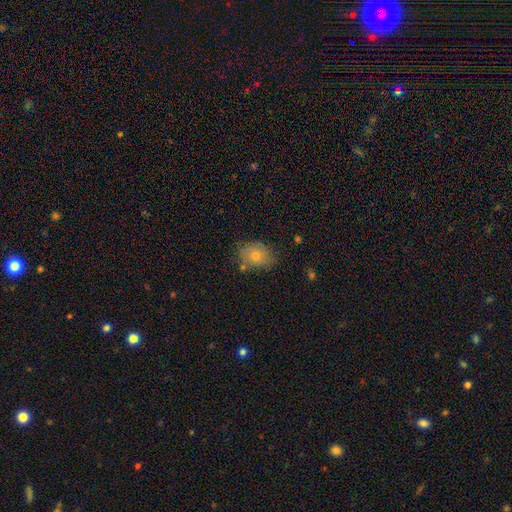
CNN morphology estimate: Overall: smooth (70%). How rounded: in between (52%; round 47%). Merging: none (70%).